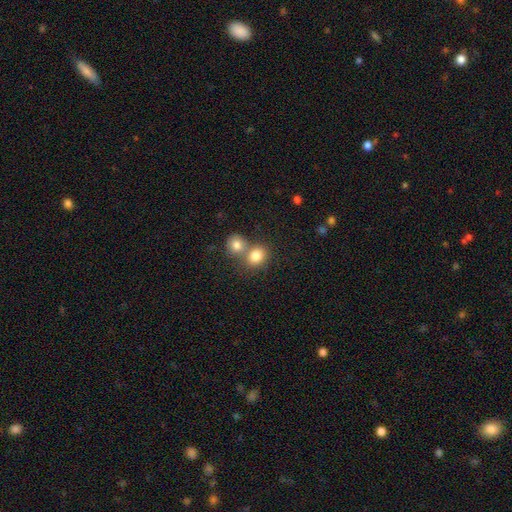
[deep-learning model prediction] Morphology: type=smooth (82%); roundness=round (64%); merging=merger (48%).